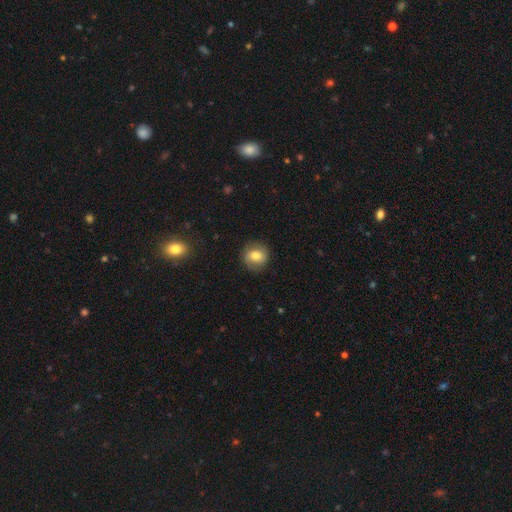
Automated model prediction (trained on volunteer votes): Overall: smooth (70%). How rounded: round (79%). Merging: none (84%).